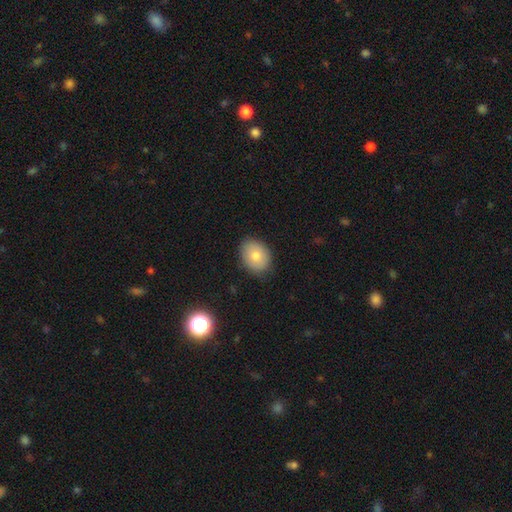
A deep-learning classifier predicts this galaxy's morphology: smooth_or_featured: smooth (p=0.76) [alt: featured or disk p=0.14]
how_rounded: in between (p=0.59) [alt: round p=0.40]
merging: none (p=0.87) [alt: minor disturbance p=0.10]